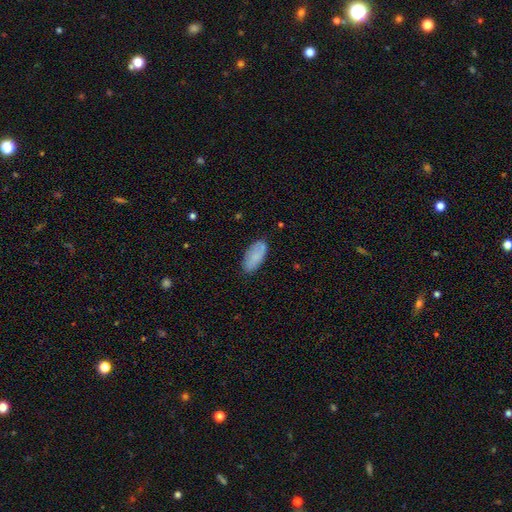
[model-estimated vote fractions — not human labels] smooth-or-featured: smooth: 80% | featured or disk: 13% | star or artifact: 7%
  how-rounded: in between: 91% | cigar-shaped: 7% | round: 2%
  merging: none: 79% | minor disturbance: 16% | major disturbance: 3% | merger: 2%